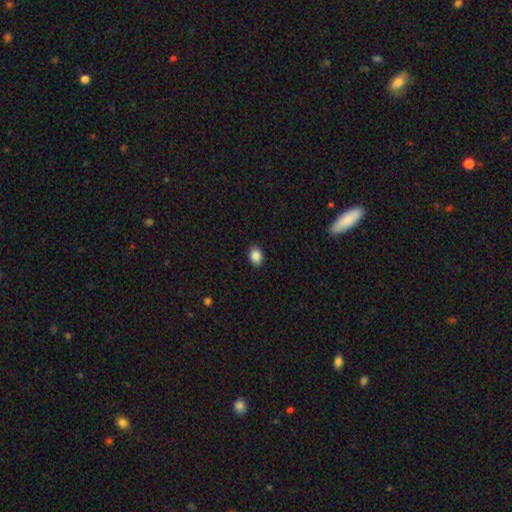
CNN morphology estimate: A smooth galaxy with no disk features (88%) that is in between round and cigar-shaped (68%). Merging: none (90%).